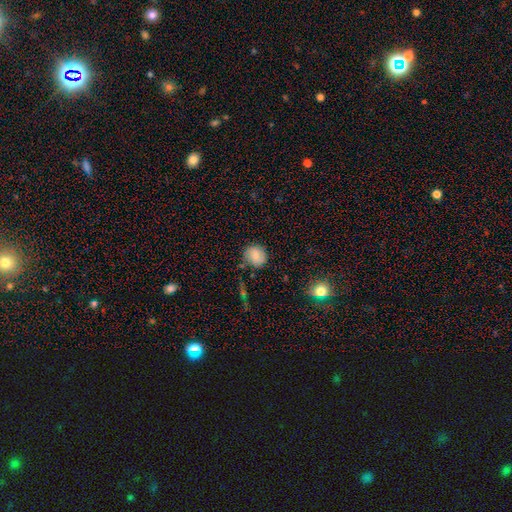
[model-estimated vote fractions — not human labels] smooth_or_featured: smooth (p=0.75) [alt: featured or disk p=0.15]
how_rounded: round (p=0.81) [alt: in between p=0.18]
merging: none (p=0.78) [alt: minor disturbance p=0.15]